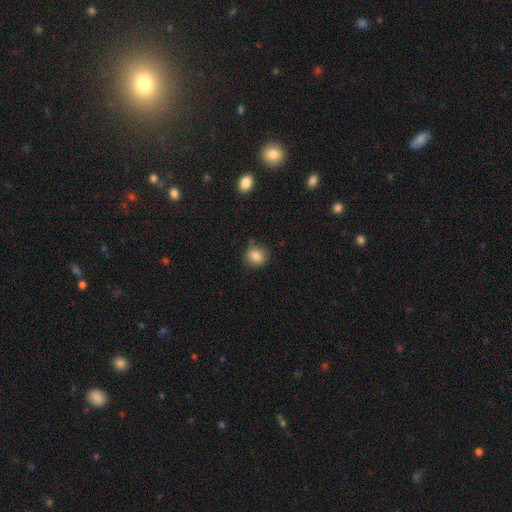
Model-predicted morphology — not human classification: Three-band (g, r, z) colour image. It shows a smooth galaxy with no disk features (83%) that is round (71%). Merging: none (75%).